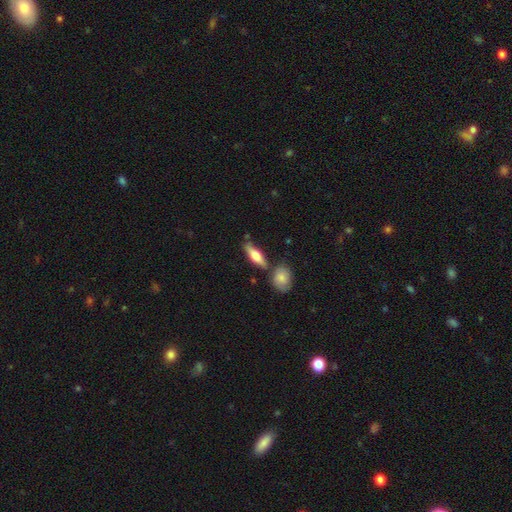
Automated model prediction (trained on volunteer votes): Smooth or featured? smooth (61%)
How rounded? in between (49%)
Merging? none (72%)